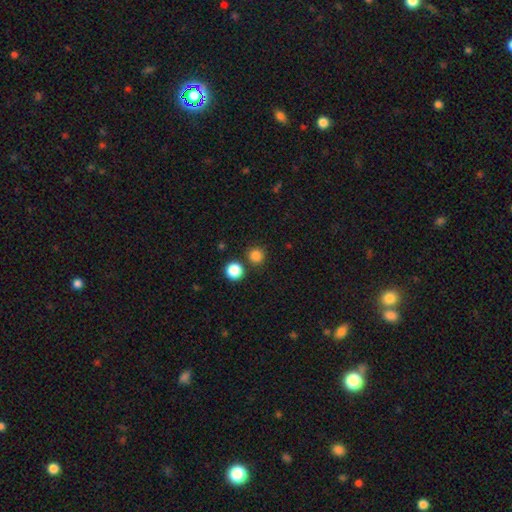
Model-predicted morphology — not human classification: smooth-or-featured: smooth: 84% | star or artifact: 13% | featured or disk: 3%
  how-rounded: round: 94% | in between: 5% | cigar-shaped: 1%
  merging: none: 84% | merger: 8% | minor disturbance: 6% | major disturbance: 2%